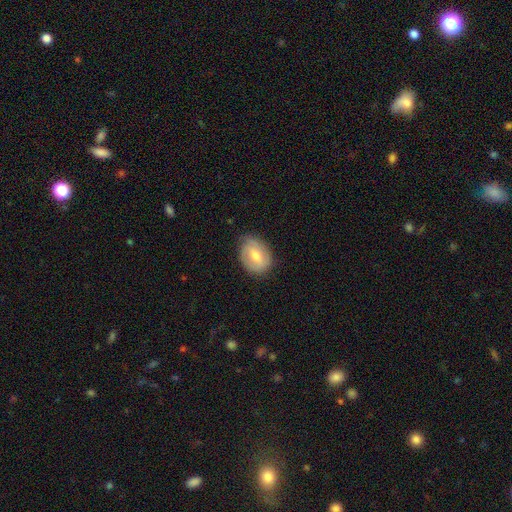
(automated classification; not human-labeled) Morphology: type=smooth (58%); roundness=in between (66%); merging=none (76%).